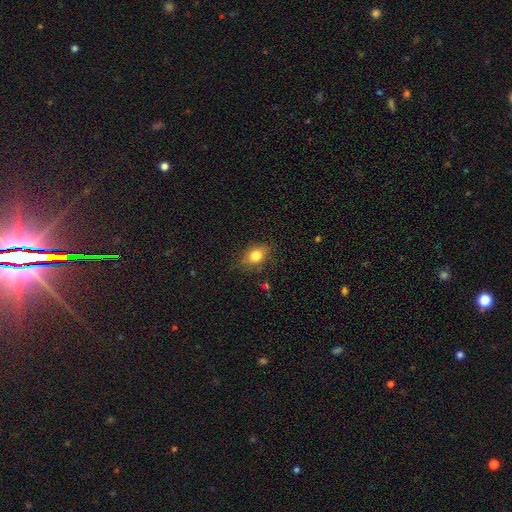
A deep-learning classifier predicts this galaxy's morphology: This is clearly a smooth galaxy (81%). How rounded: likely in between (74%). Merging: likely none (78%).